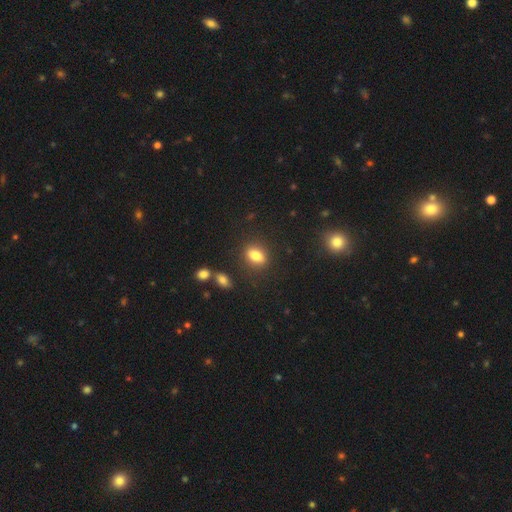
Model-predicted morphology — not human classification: Smooth or featured? smooth (81%)
How rounded? in between (78%)
Merging? none (83%)